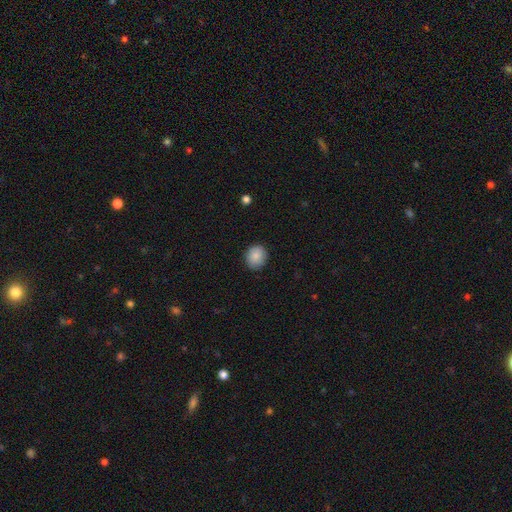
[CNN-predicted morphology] The model was most divided on "how rounded": round: 72%, in between: 27%, cigar-shaped: 1%. More confident: merging — none (88%); smooth or featured — smooth (88%).